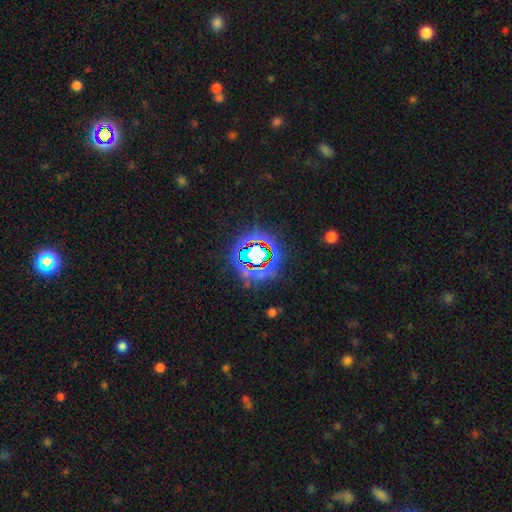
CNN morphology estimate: A star or artifact, not a galaxy (78%).